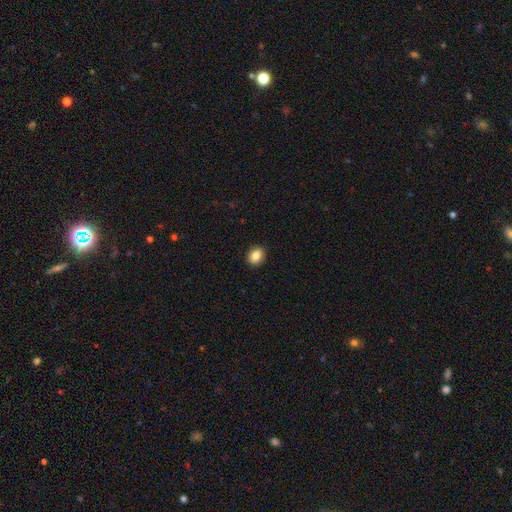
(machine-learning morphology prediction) The model was most divided on "how rounded": round: 54%, in between: 45%, cigar-shaped: 1%. More confident: merging — none (91%); smooth or featured — smooth (85%).